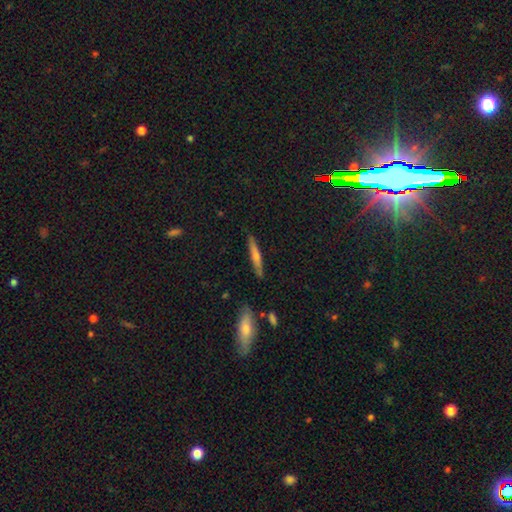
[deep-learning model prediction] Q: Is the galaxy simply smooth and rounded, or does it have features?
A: featured or disk — 46%.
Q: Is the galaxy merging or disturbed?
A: none — 87%.